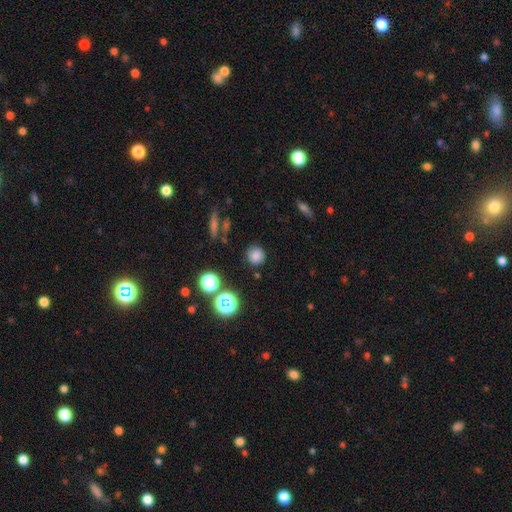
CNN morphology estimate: Smooth or featured?
  - smooth: 77% *
  - star or artifact: 16%
  - featured or disk: 7%
How rounded?
  - round: 89% *
  - in between: 9%
  - cigar-shaped: 1%
Merging?
  - none: 85% *
  - minor disturbance: 10%
  - major disturbance: 3%
  - merger: 2%